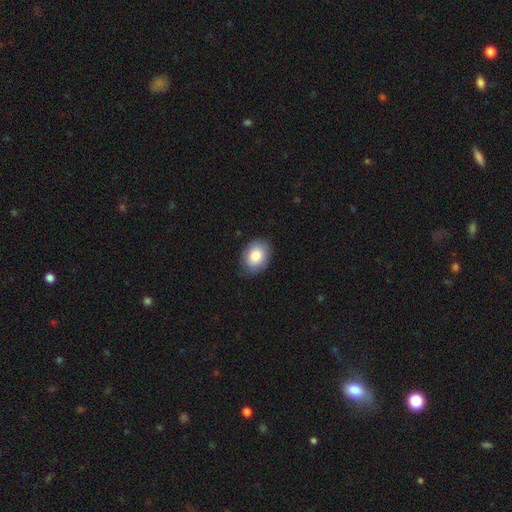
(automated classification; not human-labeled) Smooth or featured? Predicted: smooth (p=0.85). How rounded? Predicted: in between (p=0.63). Merging? Predicted: none (p=0.84).